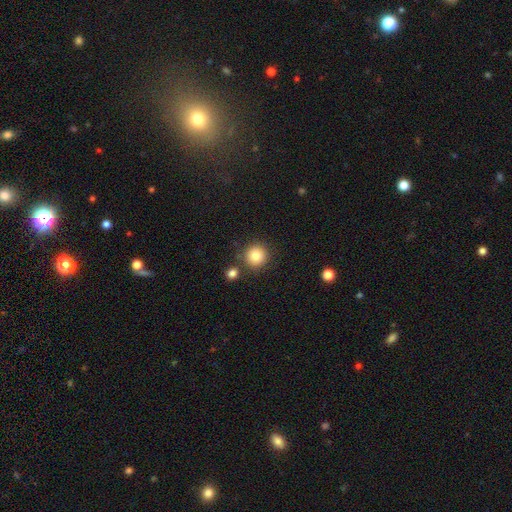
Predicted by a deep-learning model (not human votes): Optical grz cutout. It shows a smooth galaxy with no disk features (83%) that is round (93%). Merging: none (81%).